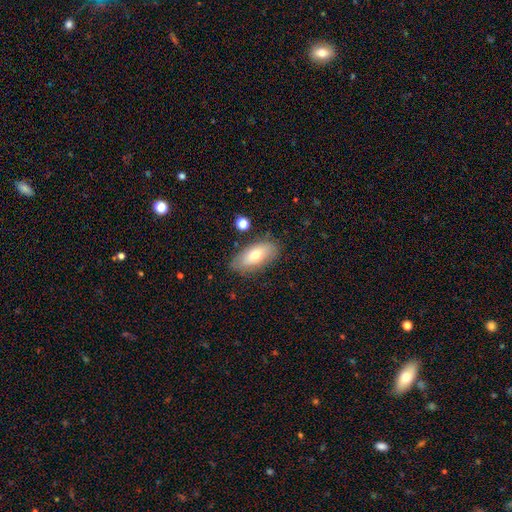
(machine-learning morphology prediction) A smooth galaxy with no disk features (65%) that is in between round and cigar-shaped (87%).

Vote fractions:
- Smooth or featured? smooth: 65% / featured or disk: 27% / star or artifact: 7%
- How rounded? in between: 87% / cigar-shaped: 9% / round: 4%
- Merging? none: 80% / minor disturbance: 14% / major disturbance: 3% / merger: 3%